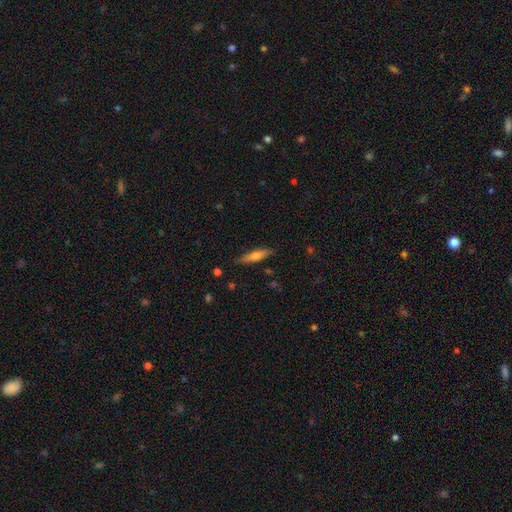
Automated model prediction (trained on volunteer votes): This appears to be a smooth galaxy with no disk features (56%) that is cigar-shaped (79%). Merging: none (84%).